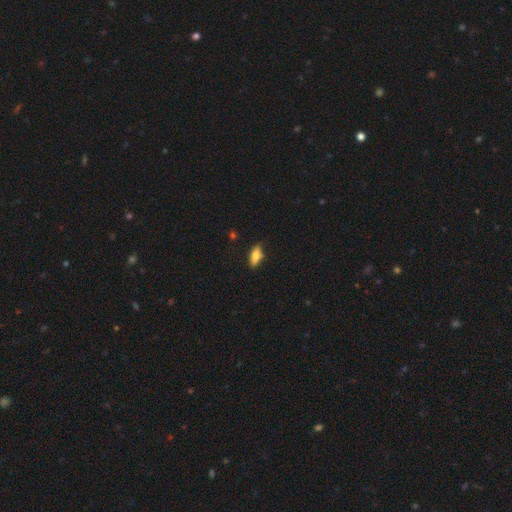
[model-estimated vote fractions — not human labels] Smooth or featured: smooth — 72% (featured or disk — 21%)
How rounded: in between — 70% (cigar-shaped — 27%)
Merging: none — 79% (minor disturbance — 16%)